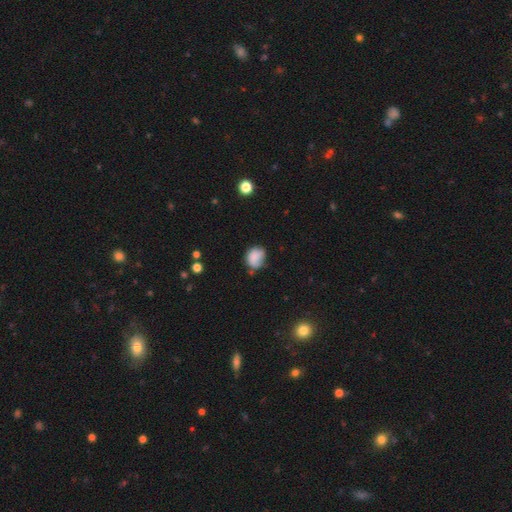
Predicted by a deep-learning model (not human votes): A smooth galaxy with no disk features (80%) that is round (55%). Merging: none (49%).